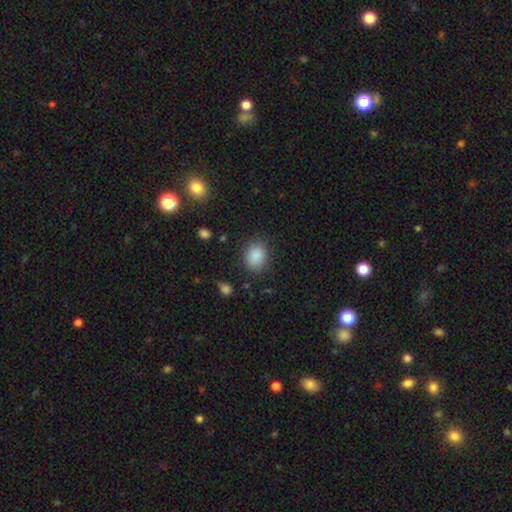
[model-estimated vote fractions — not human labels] Morphology: type=smooth (87%); roundness=round (52%); merging=none (81%).